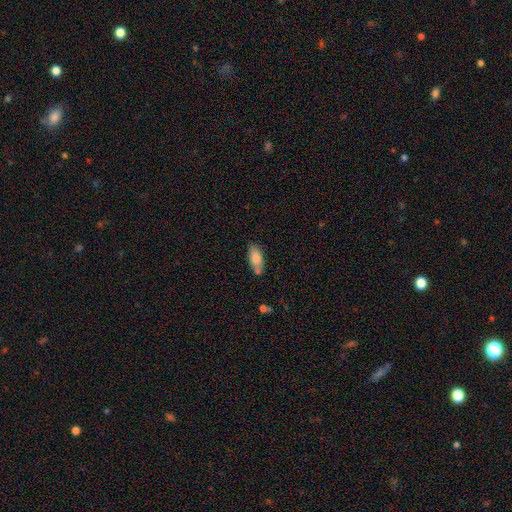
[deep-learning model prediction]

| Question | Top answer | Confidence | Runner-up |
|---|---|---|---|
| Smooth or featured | smooth | 80% | featured or disk (12%) |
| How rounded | in between | 82% | cigar-shaped (16%) |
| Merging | none | 72% | minor disturbance (18%) |